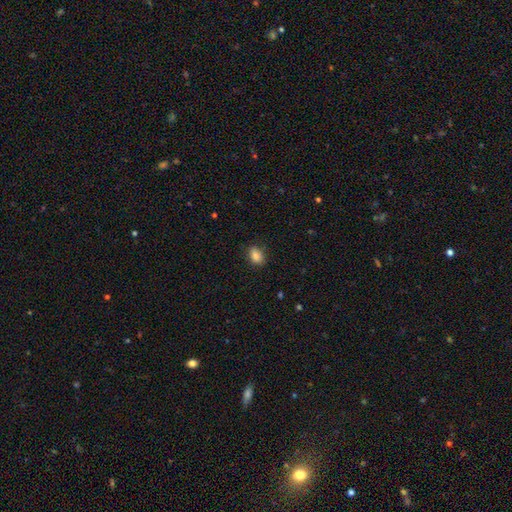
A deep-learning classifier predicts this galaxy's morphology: Smooth or featured?
  - smooth: 86% *
  - star or artifact: 9%
  - featured or disk: 5%
How rounded?
  - in between: 80% *
  - round: 18%
  - cigar-shaped: 2%
Merging?
  - none: 85% *
  - minor disturbance: 11%
  - major disturbance: 3%
  - merger: 1%